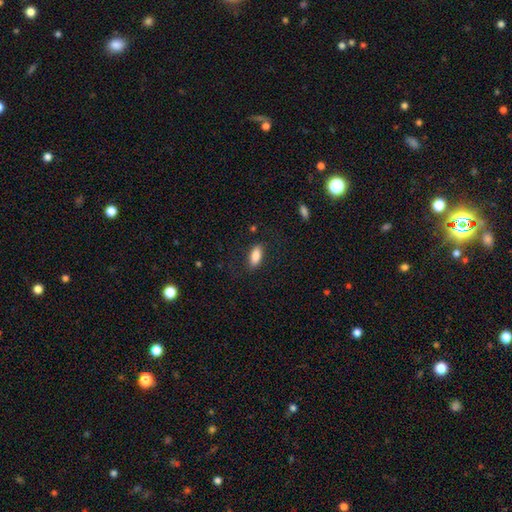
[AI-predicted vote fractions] This is clearly a smooth galaxy (85%). How rounded: clearly in between (85%). Merging: clearly none (84%).